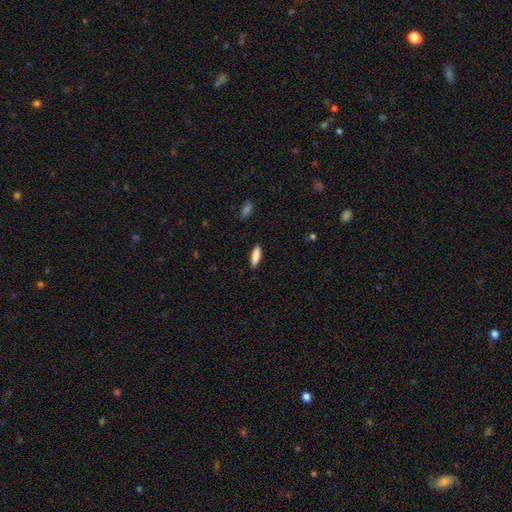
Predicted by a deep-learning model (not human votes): The model was most divided on "how rounded": cigar-shaped: 56%, in between: 42%, round: 1%. More confident: merging — none (88%); smooth or featured — smooth (86%).